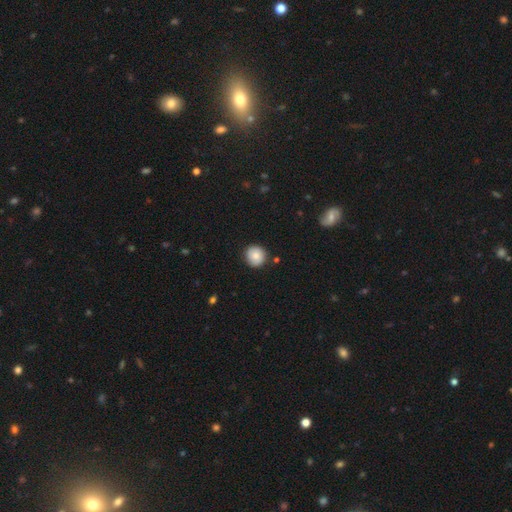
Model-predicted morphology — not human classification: Smooth or featured?
  - smooth: 77% *
  - featured or disk: 14%
  - star or artifact: 8%
How rounded?
  - round: 92% *
  - in between: 7%
  - cigar-shaped: 1%
Merging?
  - none: 87% *
  - minor disturbance: 9%
  - major disturbance: 2%
  - merger: 2%